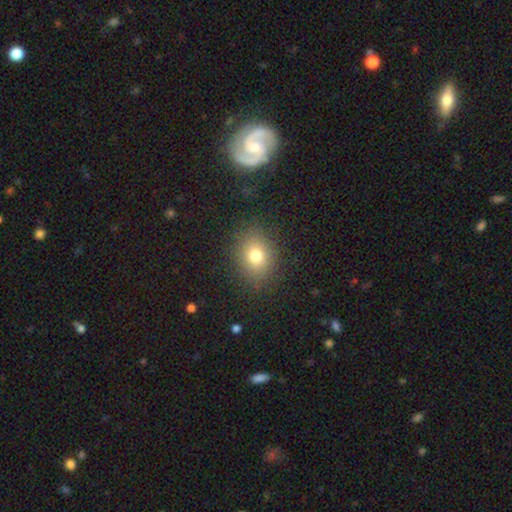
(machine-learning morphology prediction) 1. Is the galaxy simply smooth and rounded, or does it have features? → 76% smooth, 14% star or artifact, 10% featured or disk.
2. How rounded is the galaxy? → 50% round, 48% in between, 1% cigar-shaped.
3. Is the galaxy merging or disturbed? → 86% none, 9% minor disturbance, 4% major disturbance, 1% merger.